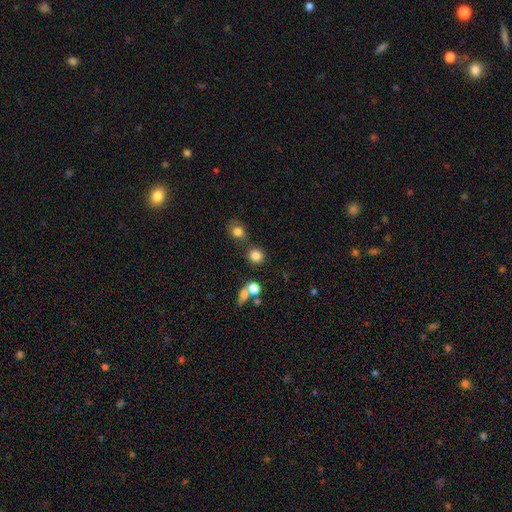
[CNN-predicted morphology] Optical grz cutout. It shows a smooth galaxy with no disk features (81%) that is round (88%). Merging: none (73%).